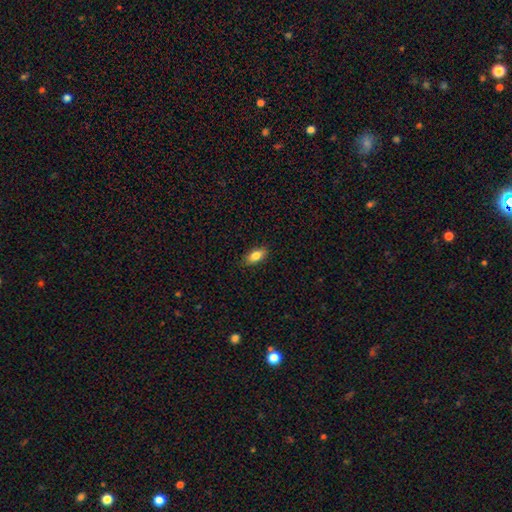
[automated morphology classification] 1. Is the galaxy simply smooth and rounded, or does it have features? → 83% smooth, 10% featured or disk, 7% star or artifact.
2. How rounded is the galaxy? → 87% in between, 10% cigar-shaped, 4% round.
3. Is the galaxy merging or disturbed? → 86% none, 10% minor disturbance, 2% major disturbance, 1% merger.